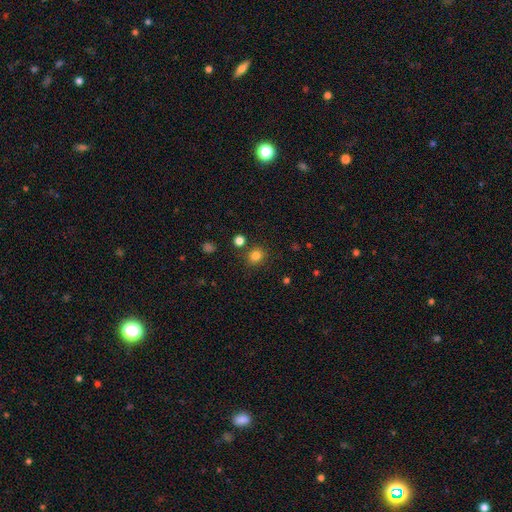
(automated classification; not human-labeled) smooth-or-featured: smooth: 81% | star or artifact: 14% | featured or disk: 5%
  how-rounded: round: 80% | in between: 19% | cigar-shaped: 1%
  merging: none: 81% | minor disturbance: 9% | merger: 7% | major disturbance: 3%